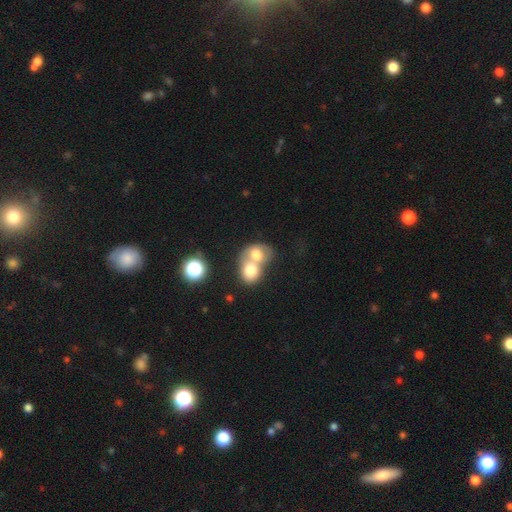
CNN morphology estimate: Smooth or featured?
  - smooth: 66% *
  - featured or disk: 23%
  - star or artifact: 11%
How rounded?
  - round: 57% *
  - in between: 41%
  - cigar-shaped: 1%
Merging?
  - merger: 75% *
  - none: 16%
  - minor disturbance: 5%
  - major disturbance: 4%